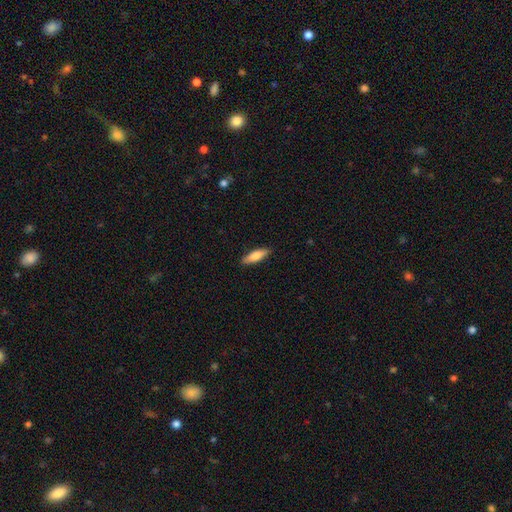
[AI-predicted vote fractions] This appears to be a smooth galaxy with no disk features (79%) that is cigar-shaped (53%). Merging: none (88%).